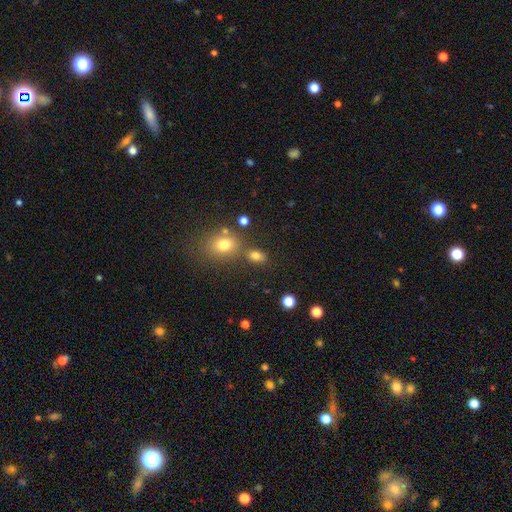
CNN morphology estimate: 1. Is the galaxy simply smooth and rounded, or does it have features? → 77% smooth, 15% star or artifact, 9% featured or disk.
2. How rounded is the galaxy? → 72% in between, 26% round, 3% cigar-shaped.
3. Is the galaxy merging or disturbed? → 68% none, 16% merger, 12% minor disturbance, 5% major disturbance.